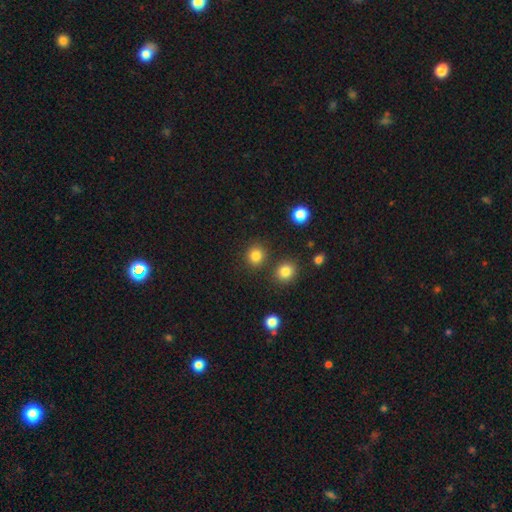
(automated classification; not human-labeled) Smooth or featured?
  - smooth: 83% *
  - star or artifact: 12%
  - featured or disk: 4%
How rounded?
  - round: 86% *
  - in between: 13%
  - cigar-shaped: 1%
Merging?
  - none: 84% *
  - minor disturbance: 7%
  - merger: 6%
  - major disturbance: 3%